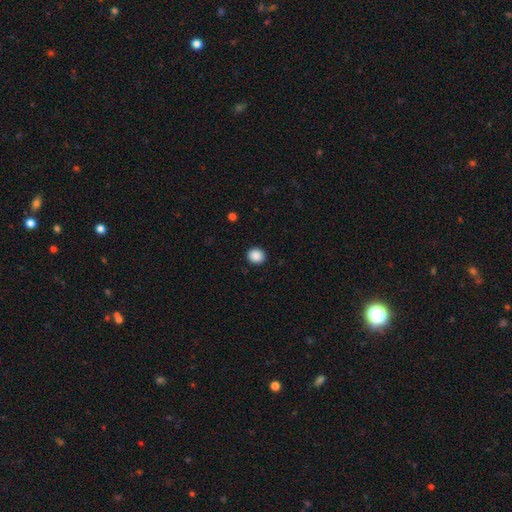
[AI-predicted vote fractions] This is clearly a smooth galaxy (89%). How rounded: clearly round (82%). Merging: clearly none (92%).